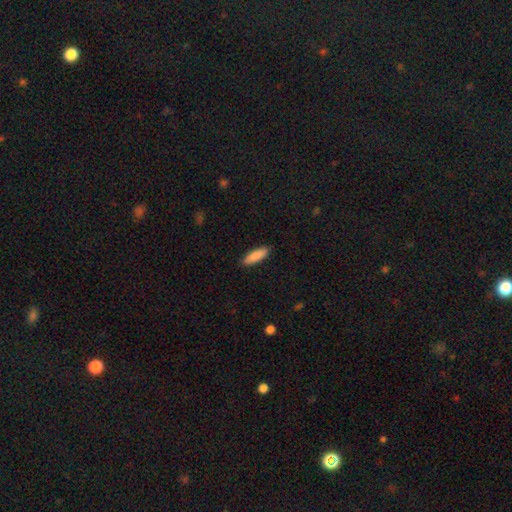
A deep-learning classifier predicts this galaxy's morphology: Smooth or featured: smooth — 88% (featured or disk — 7%)
How rounded: cigar-shaped — 51% (in between — 48%)
Merging: none — 89% (minor disturbance — 8%)